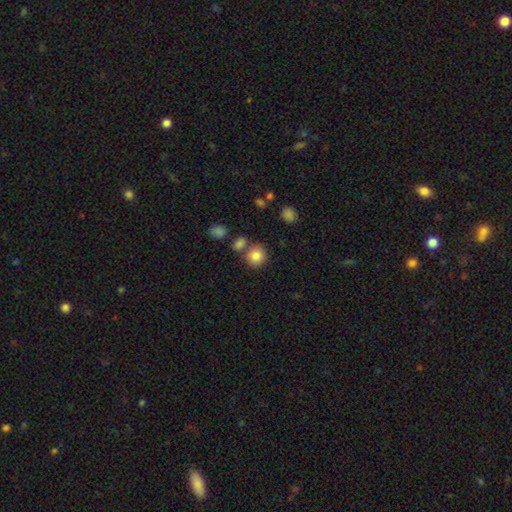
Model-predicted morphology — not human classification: The model was most divided on "merging": none: 66%, merger: 21%, minor disturbance: 10%, major disturbance: 4%. More confident: how rounded — round (86%); smooth or featured — smooth (83%).